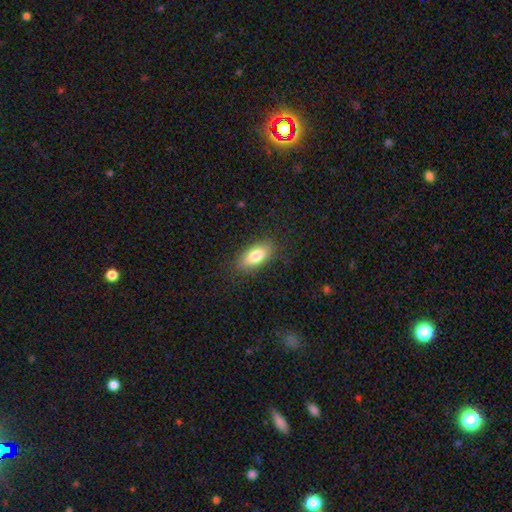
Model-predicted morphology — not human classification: Smooth or featured? smooth (80%)
How rounded? in between (85%)
Merging? none (85%)